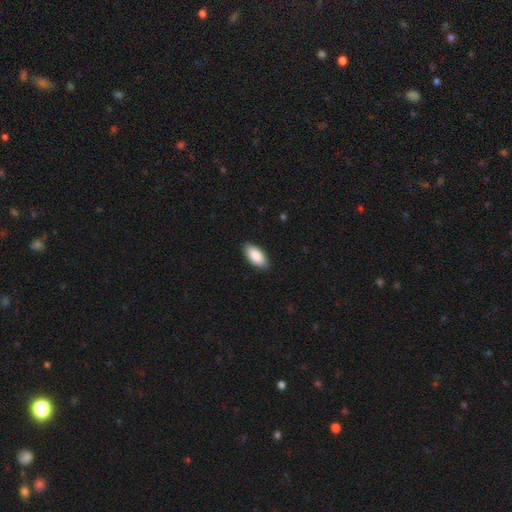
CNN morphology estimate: This is clearly a smooth galaxy (89%). How rounded: clearly in between (92%). Merging: clearly none (89%).